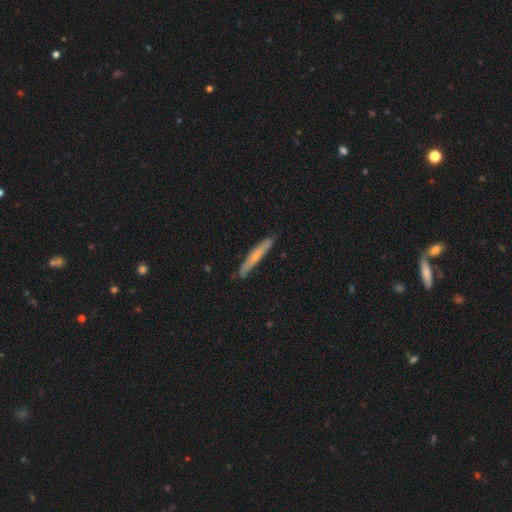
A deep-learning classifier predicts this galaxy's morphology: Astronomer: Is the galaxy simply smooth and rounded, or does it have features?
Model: smooth — 58% (runner-up: featured or disk, 36%).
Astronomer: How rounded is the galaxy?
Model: cigar-shaped — 95%.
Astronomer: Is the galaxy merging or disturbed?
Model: none — 86%.